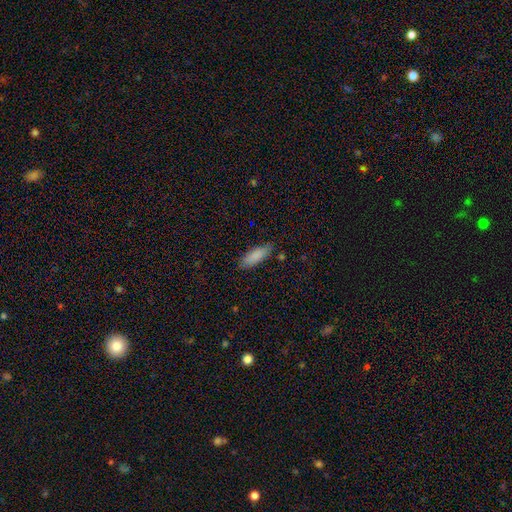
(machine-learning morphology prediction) A smooth galaxy with no disk features (87%) that is in between round and cigar-shaped (63%).

Vote fractions:
- Smooth or featured? smooth: 87% / featured or disk: 7% / star or artifact: 6%
- How rounded? in between: 63% / cigar-shaped: 36% / round: 2%
- Merging? none: 81% / minor disturbance: 15% / major disturbance: 3% / merger: 2%